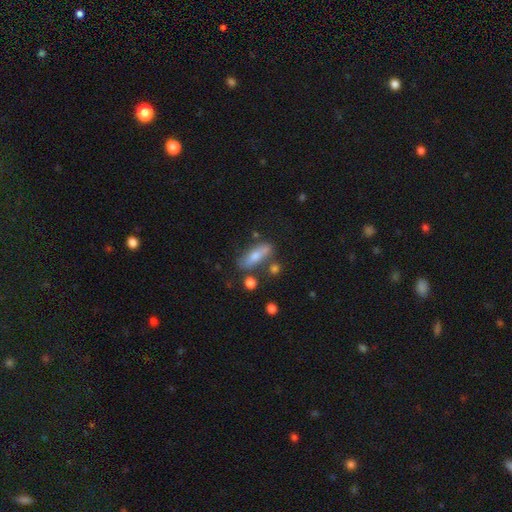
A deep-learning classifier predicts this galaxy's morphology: Smooth or featured: smooth — 63% (featured or disk — 30%)
How rounded: in between — 53% (cigar-shaped — 44%)
Merging: none — 66% (minor disturbance — 19%)